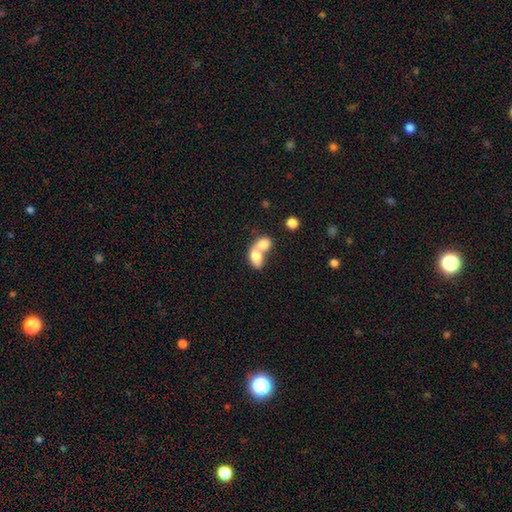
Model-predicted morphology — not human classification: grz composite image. It shows a smooth galaxy with no disk features (75%) that is in between round and cigar-shaped (76%). Merging: merger (79%).